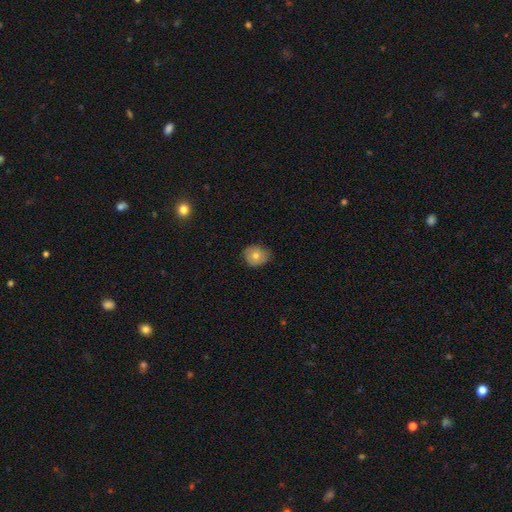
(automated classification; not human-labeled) Smooth or featured: smooth — 73% (featured or disk — 18%)
How rounded: round — 68% (in between — 31%)
Merging: none — 72% (minor disturbance — 23%)